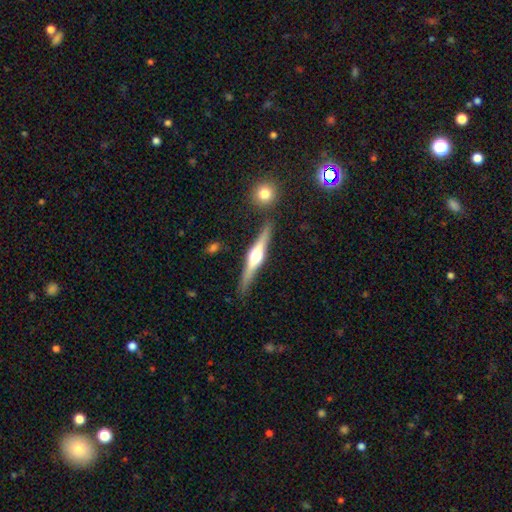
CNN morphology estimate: Overall: featured or disk (75%). Edge-on disk: yes (97%). Edge-on bulge: rounded (93%). Merging: none (85%).